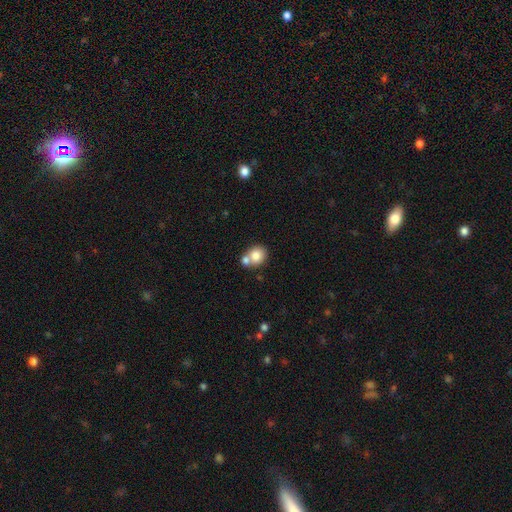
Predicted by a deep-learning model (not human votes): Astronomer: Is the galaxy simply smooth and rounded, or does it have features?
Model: smooth — 79%.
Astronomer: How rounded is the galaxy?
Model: round — 72%.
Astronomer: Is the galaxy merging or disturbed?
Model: none — 46% (runner-up: merger, 41%).